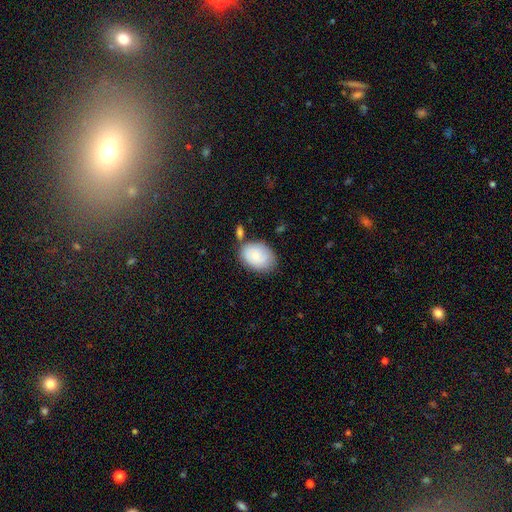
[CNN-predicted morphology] smooth 80%, featured or disk 14%, star or artifact 6%. Down the decision tree: how rounded — in between (80%); merging — none (64%).